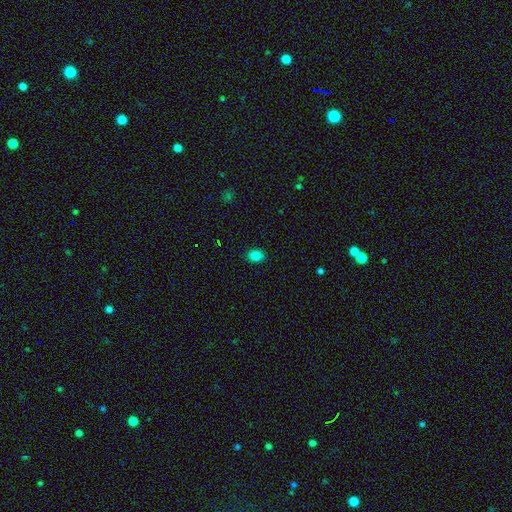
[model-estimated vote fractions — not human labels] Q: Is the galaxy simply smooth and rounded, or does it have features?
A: smooth — 84%.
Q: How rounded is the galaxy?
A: in between — 70%.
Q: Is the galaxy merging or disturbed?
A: none — 89%.